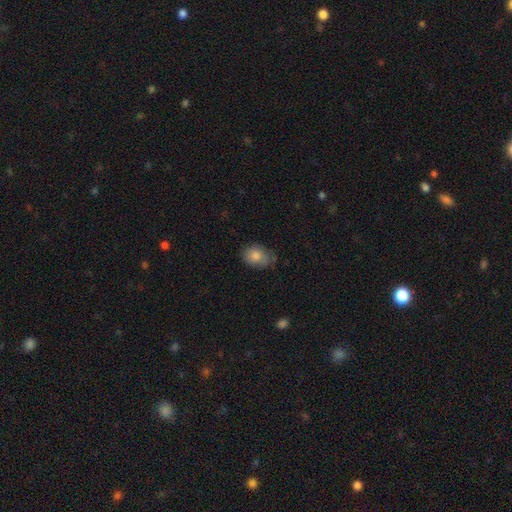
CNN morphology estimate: smooth_or_featured: smooth (p=0.82) [alt: featured or disk p=0.10]
how_rounded: in between (p=0.76) [alt: round p=0.23]
merging: none (p=0.69) [alt: minor disturbance p=0.25]